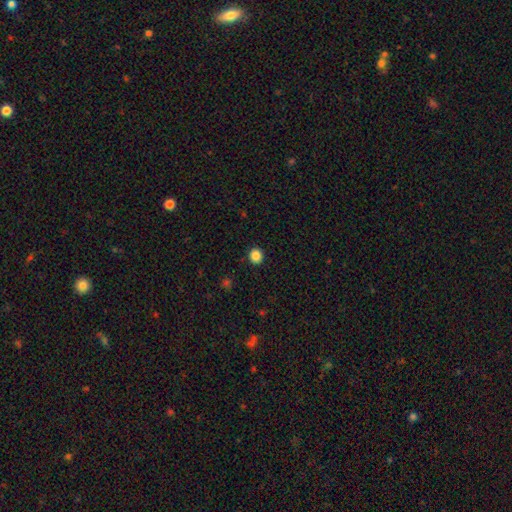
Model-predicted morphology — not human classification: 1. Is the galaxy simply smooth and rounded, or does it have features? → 86% smooth, 11% star or artifact, 3% featured or disk.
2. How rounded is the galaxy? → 88% round, 11% in between, 1% cigar-shaped.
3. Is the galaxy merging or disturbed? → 92% none, 5% minor disturbance, 2% major disturbance, 1% merger.